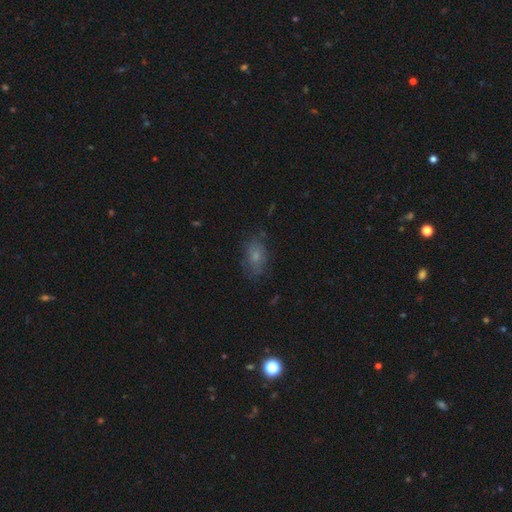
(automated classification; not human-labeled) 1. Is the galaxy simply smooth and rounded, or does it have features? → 65% smooth, 22% featured or disk, 13% star or artifact.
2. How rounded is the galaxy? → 84% in between, 13% round, 3% cigar-shaped.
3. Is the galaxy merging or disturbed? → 71% none, 20% minor disturbance, 7% major disturbance, 2% merger.